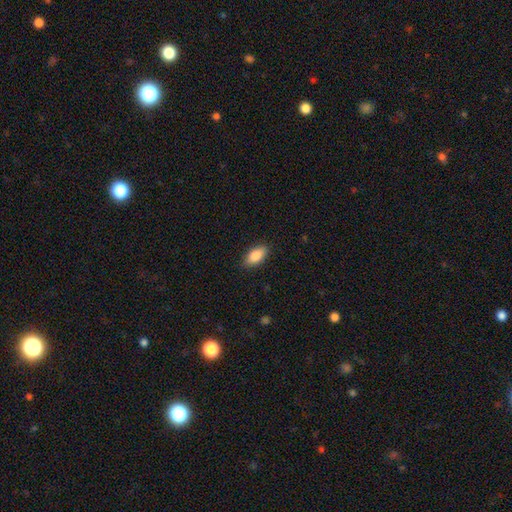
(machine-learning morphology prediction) Q: Smooth or featured?
A: smooth (87%); runner-up: featured or disk (7%)
Q: How rounded?
A: in between (92%); runner-up: cigar-shaped (5%)
Q: Merging?
A: none (88%); runner-up: minor disturbance (9%)